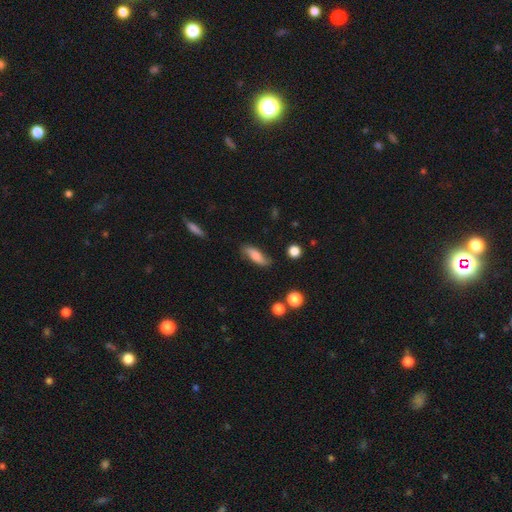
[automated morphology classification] Smooth or featured? smooth (63%)
How rounded? in between (63%)
Merging? none (76%)